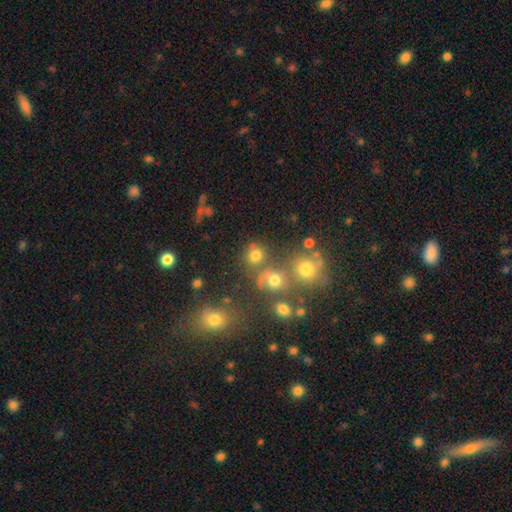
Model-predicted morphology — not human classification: smooth-or-featured: smooth: 72% | star or artifact: 19% | featured or disk: 9%
  how-rounded: round: 83% | in between: 16% | cigar-shaped: 1%
  merging: none: 66% | merger: 18% | minor disturbance: 10% | major disturbance: 5%